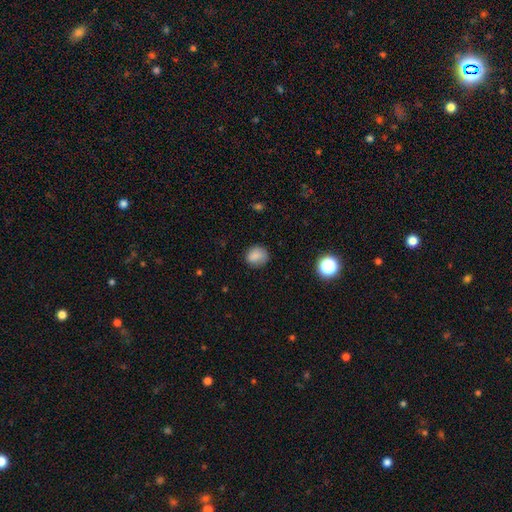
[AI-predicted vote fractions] smooth_or_featured: smooth (p=0.83) [alt: star or artifact p=0.12]
how_rounded: round (p=0.71) [alt: in between p=0.28]
merging: none (p=0.78) [alt: minor disturbance p=0.16]